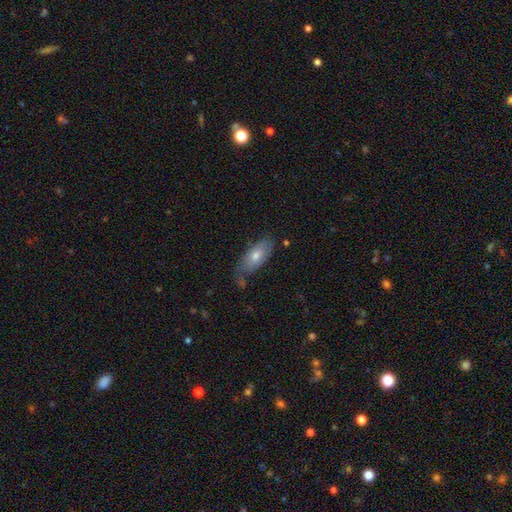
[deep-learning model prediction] Morphology: type=smooth (64%); roundness=in between (81%); merging=none (62%).